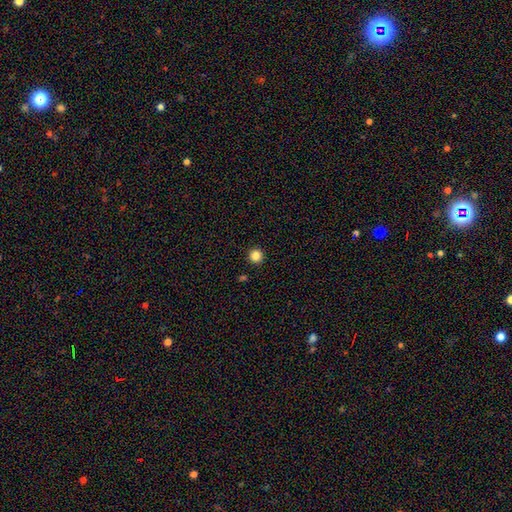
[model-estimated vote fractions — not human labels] A smooth galaxy with no disk features (84%) that is round (96%). Merging: none (93%).